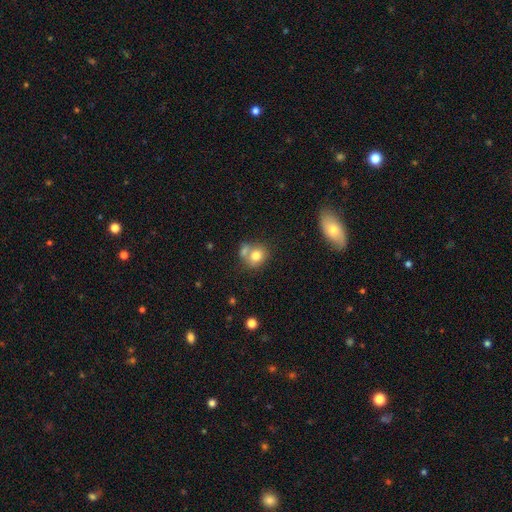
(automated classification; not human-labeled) This is likely a smooth galaxy (77%). How rounded: likely round (68%). Merging: marginally none (42%).